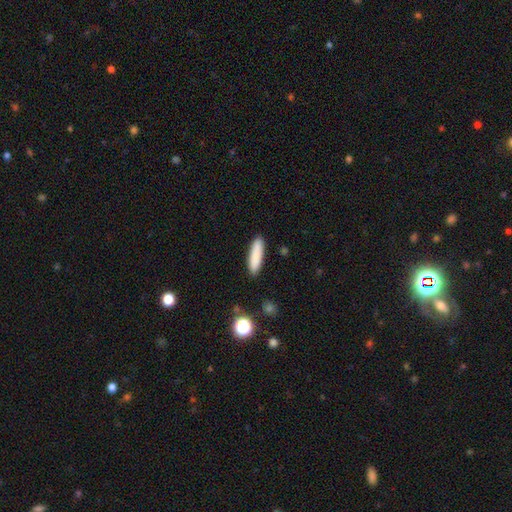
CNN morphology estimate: Overall: smooth (86%). How rounded: cigar-shaped (70%). Merging: none (89%).